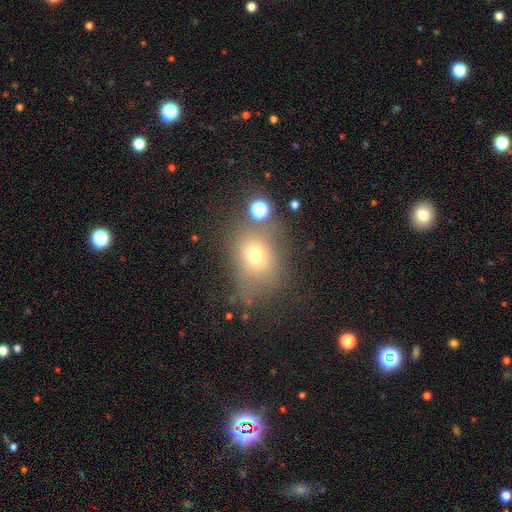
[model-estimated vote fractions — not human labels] Smooth or featured? smooth (66%)
How rounded? in between (51%)
Merging? none (56%)